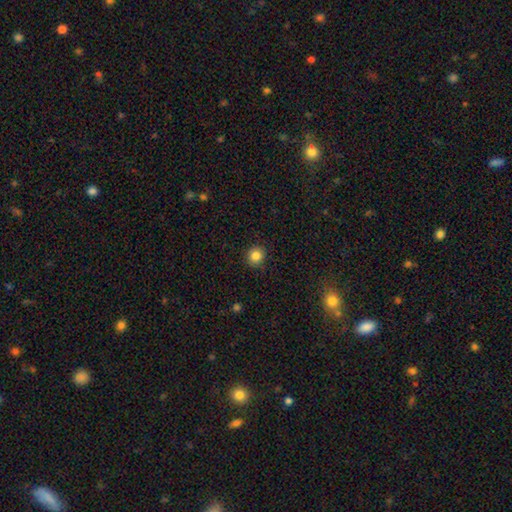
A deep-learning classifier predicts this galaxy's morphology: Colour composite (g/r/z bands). It shows a smooth galaxy with no disk features (84%) that is round (87%). Merging: none (90%).